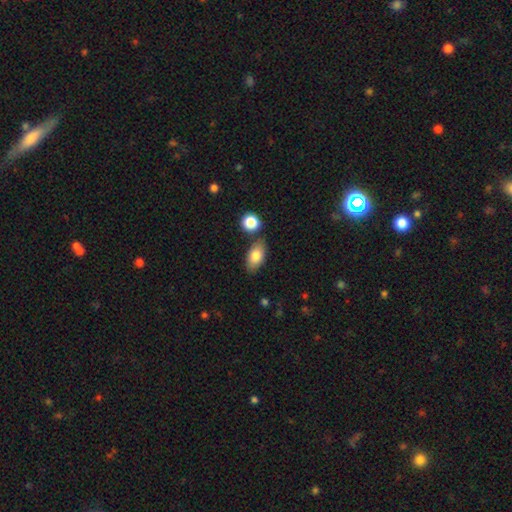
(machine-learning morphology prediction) smooth 81%, featured or disk 12%, star or artifact 7%. Down the decision tree: how rounded — in between (91%); merging — none (77%).